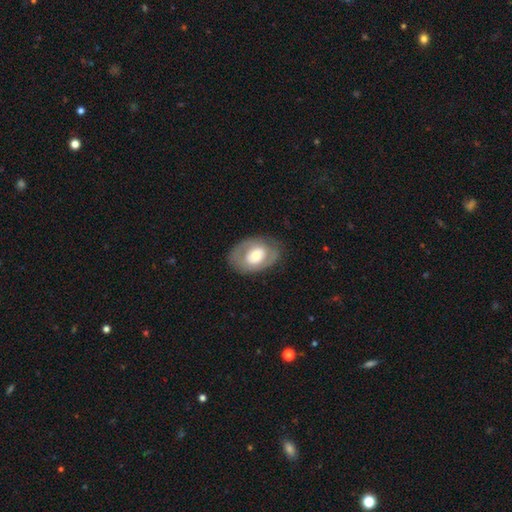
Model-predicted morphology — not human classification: Overall: featured or disk (50%; smooth 45%). Merging: none (77%).